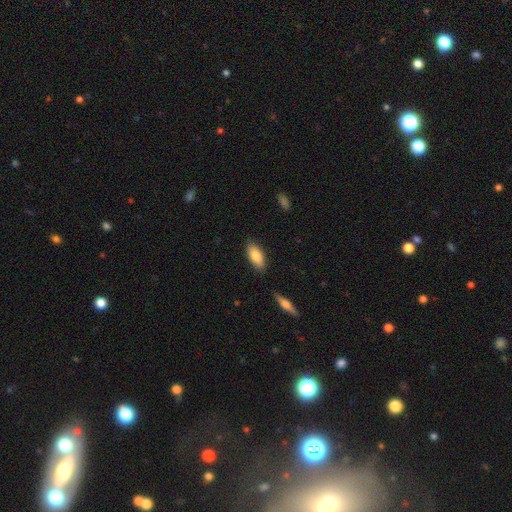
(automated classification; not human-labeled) Smooth or featured: smooth — 82% (featured or disk — 12%)
How rounded: in between — 86% (cigar-shaped — 12%)
Merging: none — 83% (minor disturbance — 12%)